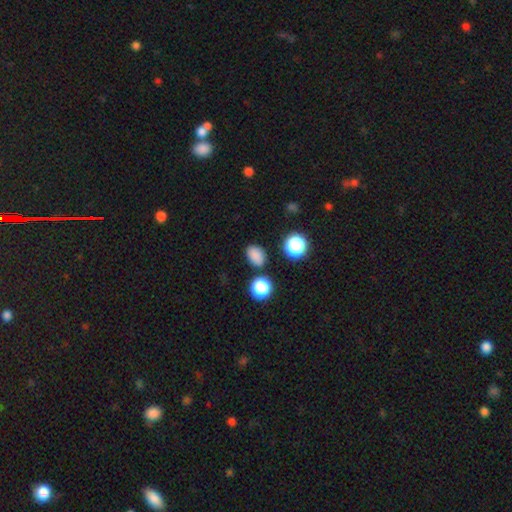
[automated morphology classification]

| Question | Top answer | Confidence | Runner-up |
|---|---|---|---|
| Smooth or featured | smooth | 82% | star or artifact (14%) |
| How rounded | in between | 71% | round (28%) |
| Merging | none | 80% | minor disturbance (12%) |